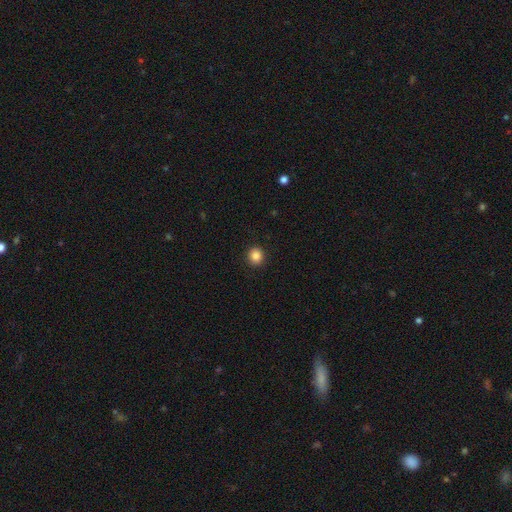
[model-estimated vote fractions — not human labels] This appears to be a smooth galaxy with no disk features (87%) that is round (91%). Merging: none (92%).